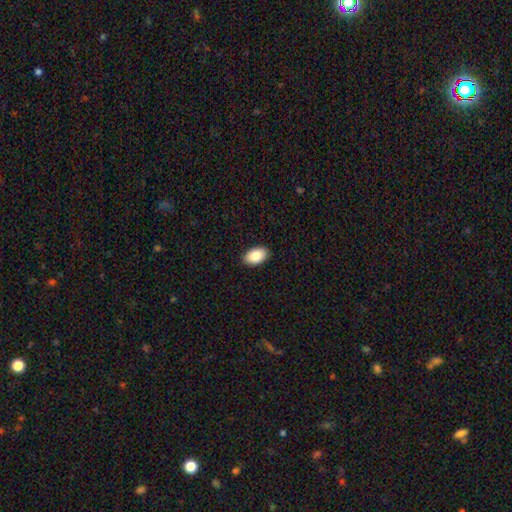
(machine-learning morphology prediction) smooth-or-featured: smooth: 87% | star or artifact: 7% | featured or disk: 6%
  how-rounded: in between: 92% | round: 7% | cigar-shaped: 1%
  merging: none: 90% | minor disturbance: 7% | major disturbance: 2% | merger: 1%